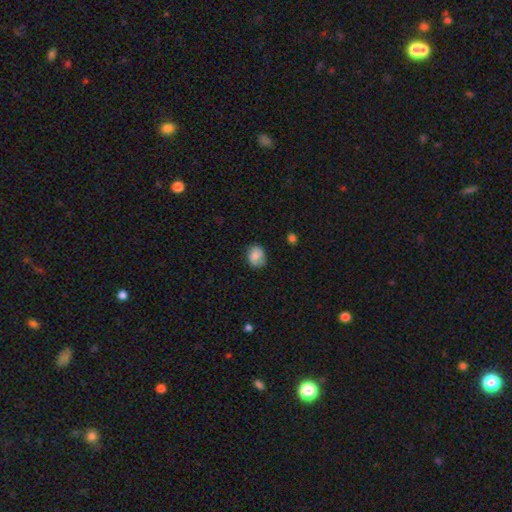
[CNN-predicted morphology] type=smooth (85%); roundness=round (57%); merging=none (76%).